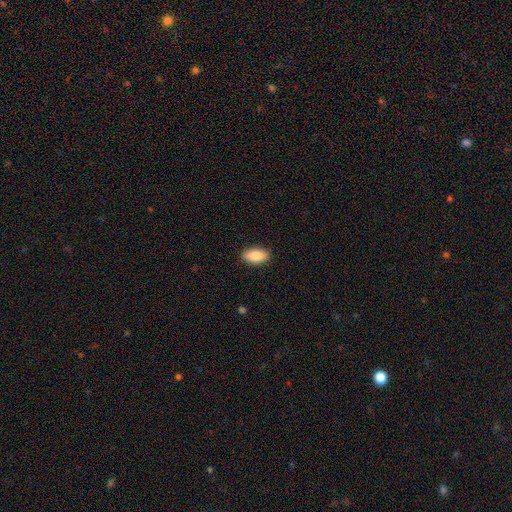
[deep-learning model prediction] Smooth or featured: smooth — 88% (star or artifact — 6%)
How rounded: in between — 92% (cigar-shaped — 5%)
Merging: none — 89% (minor disturbance — 8%)